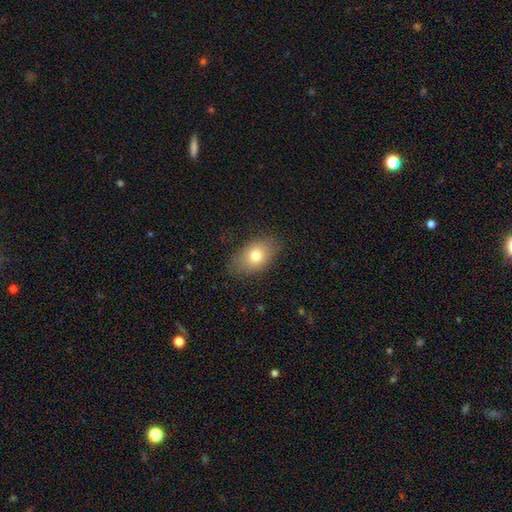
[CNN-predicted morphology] smooth-or-featured: smooth: 76% | featured or disk: 15% | star or artifact: 9%
  how-rounded: in between: 86% | round: 13% | cigar-shaped: 2%
  merging: none: 81% | minor disturbance: 14% | major disturbance: 4% | merger: 1%